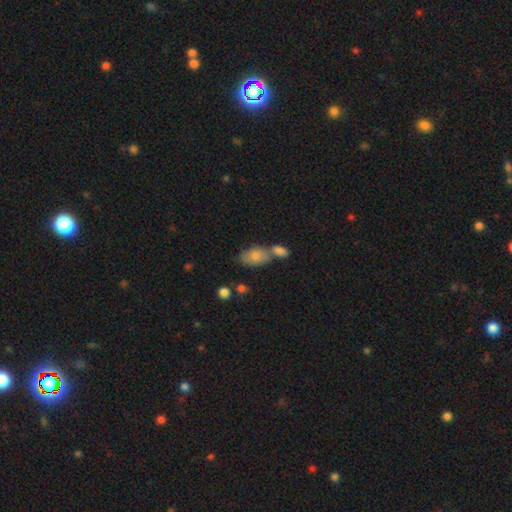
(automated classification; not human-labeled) A smooth galaxy with no disk features (74%) that is in between round and cigar-shaped (89%). Merging: merger (44%).